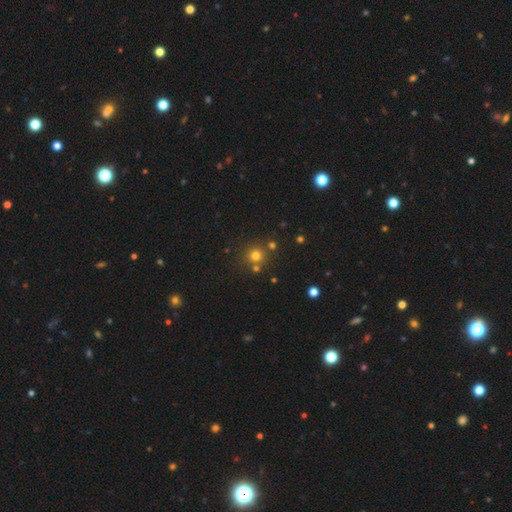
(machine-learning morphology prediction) type=smooth (73%); roundness=round (93%); merging=none (76%).